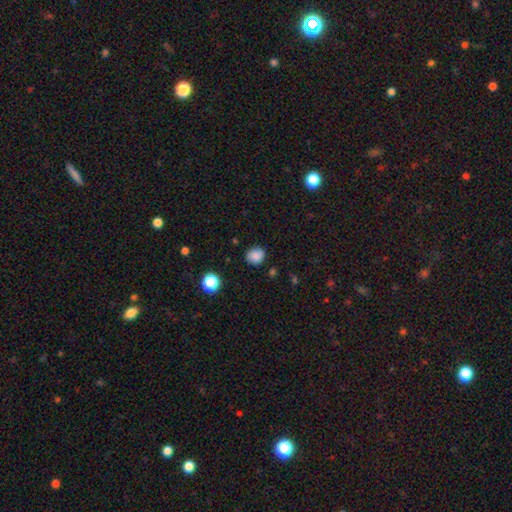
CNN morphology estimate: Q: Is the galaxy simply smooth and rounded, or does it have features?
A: smooth — 84%.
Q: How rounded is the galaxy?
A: round — 76%.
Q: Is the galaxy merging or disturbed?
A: none — 82%.